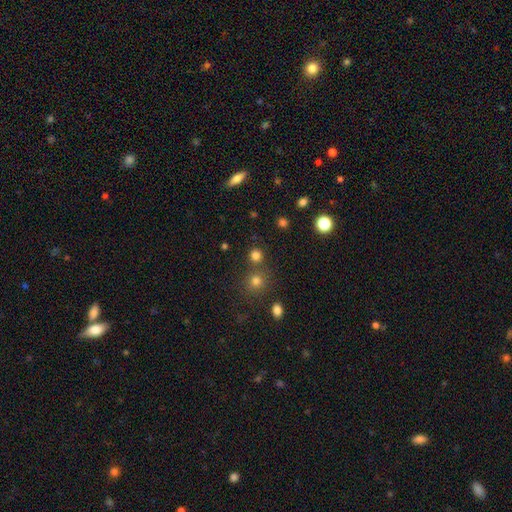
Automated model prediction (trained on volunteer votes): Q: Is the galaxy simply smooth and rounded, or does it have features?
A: smooth — 77%.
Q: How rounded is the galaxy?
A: round — 90%.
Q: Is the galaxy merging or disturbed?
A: none — 74%.